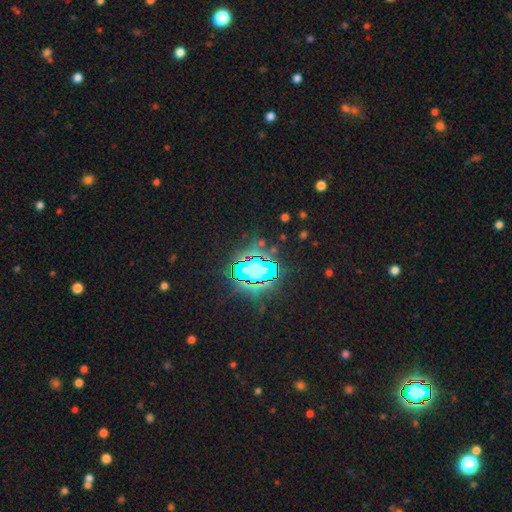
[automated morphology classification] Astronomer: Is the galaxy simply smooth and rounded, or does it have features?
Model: star or artifact — 83%.